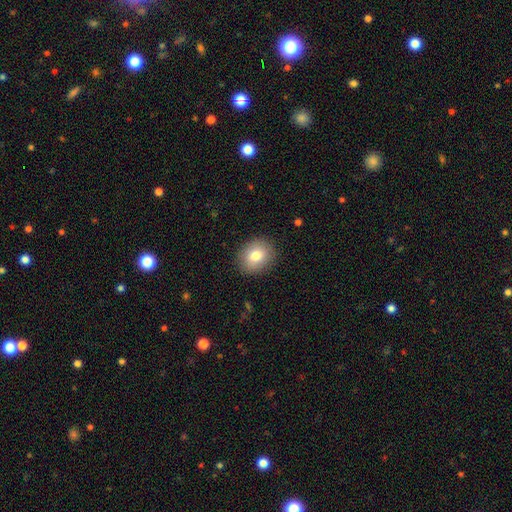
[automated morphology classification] Smooth or featured?
  - smooth: 80% *
  - featured or disk: 11%
  - star or artifact: 9%
How rounded?
  - round: 55% *
  - in between: 44%
  - cigar-shaped: 1%
Merging?
  - none: 88% *
  - minor disturbance: 8%
  - major disturbance: 2%
  - merger: 1%